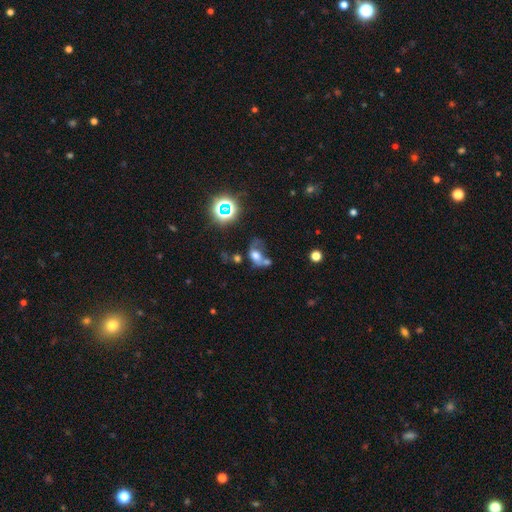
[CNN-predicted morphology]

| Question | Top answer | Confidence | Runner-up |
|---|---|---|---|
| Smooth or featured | smooth | 50% | featured or disk (30%) |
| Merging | merger | 38% | major disturbance (25%) |